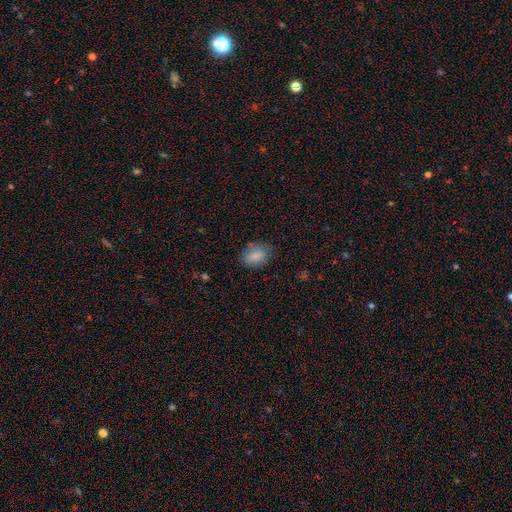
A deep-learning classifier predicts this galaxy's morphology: smooth 85%, star or artifact 8%, featured or disk 7%. Down the decision tree: how rounded — in between (78%); merging — none (76%).